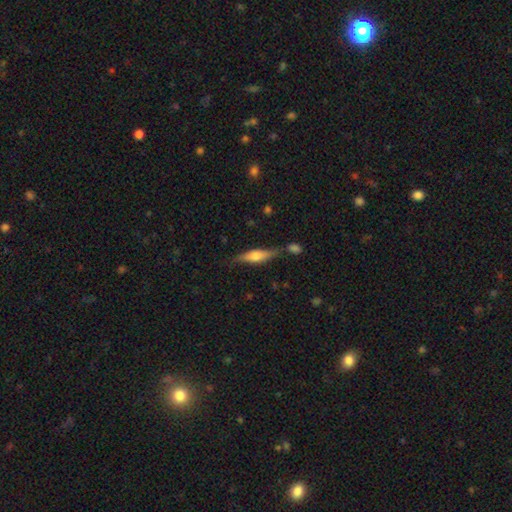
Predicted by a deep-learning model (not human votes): Q: Smooth or featured?
A: smooth (47%); tied with: featured or disk (47%)
Q: Merging?
A: none (68%); runner-up: minor disturbance (18%)